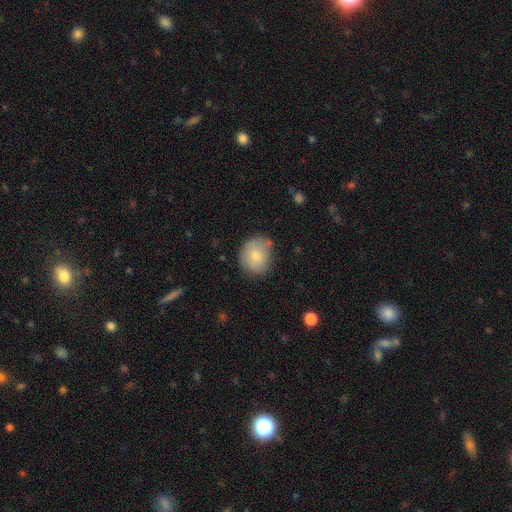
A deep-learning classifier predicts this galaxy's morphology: type=smooth (75%); roundness=round (69%); merging=none (64%).